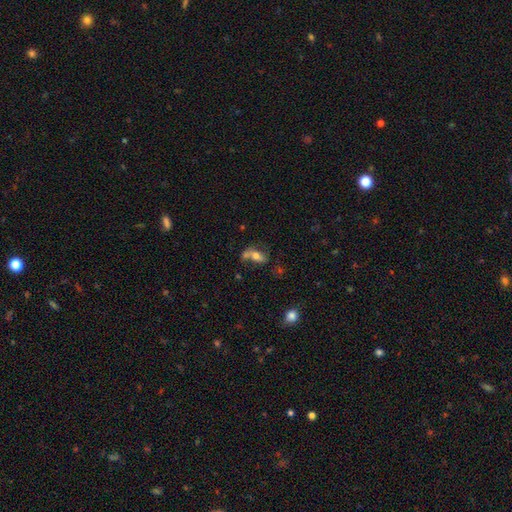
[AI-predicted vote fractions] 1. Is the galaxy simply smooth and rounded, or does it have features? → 59% smooth, 30% featured or disk, 11% star or artifact.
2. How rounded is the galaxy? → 80% in between, 11% round, 9% cigar-shaped.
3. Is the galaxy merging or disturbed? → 42% merger, 32% none, 14% minor disturbance, 11% major disturbance.